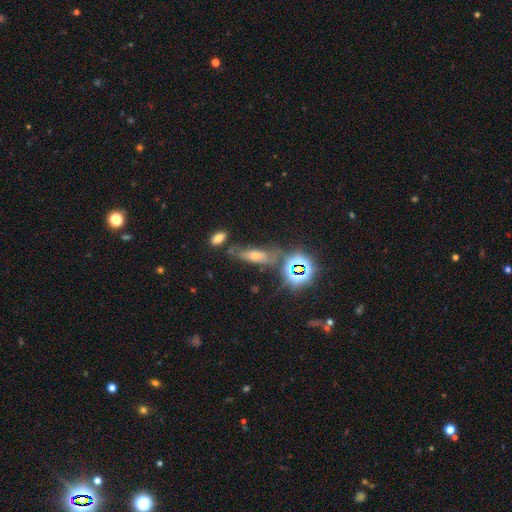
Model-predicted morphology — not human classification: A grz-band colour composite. It shows a star or artifact, not a galaxy (39%).